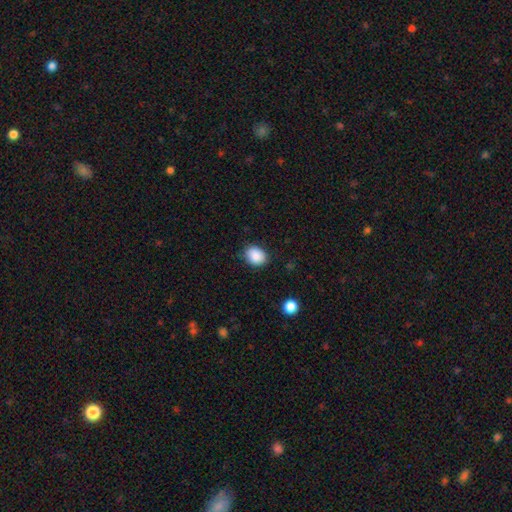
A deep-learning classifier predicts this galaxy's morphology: Overall: smooth (88%). How rounded: in between (54%; round 45%). Merging: none (82%).